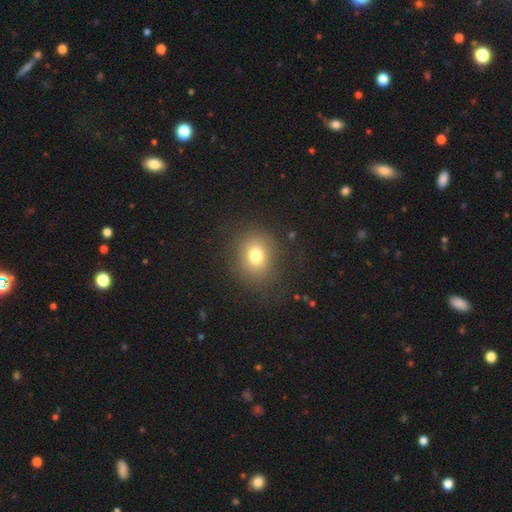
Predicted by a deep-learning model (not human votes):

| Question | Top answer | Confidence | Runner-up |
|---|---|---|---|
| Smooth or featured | smooth | 75% | star or artifact (14%) |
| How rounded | round | 68% | in between (31%) |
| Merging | none | 80% | minor disturbance (11%) |